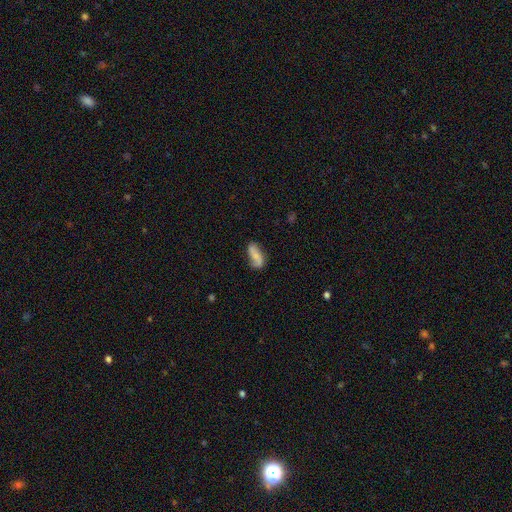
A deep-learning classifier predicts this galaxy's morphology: smooth_or_featured: smooth (p=0.46) [tied with: featured or disk p=0.46]
merging: none (p=0.66) [alt: minor disturbance p=0.23]